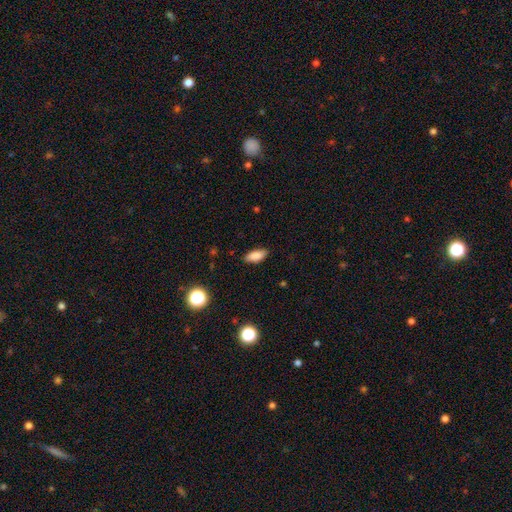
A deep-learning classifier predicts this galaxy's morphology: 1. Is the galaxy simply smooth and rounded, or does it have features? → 85% smooth, 8% star or artifact, 7% featured or disk.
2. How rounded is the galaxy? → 83% in between, 14% cigar-shaped, 3% round.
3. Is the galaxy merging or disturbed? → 85% none, 11% minor disturbance, 2% major disturbance, 1% merger.